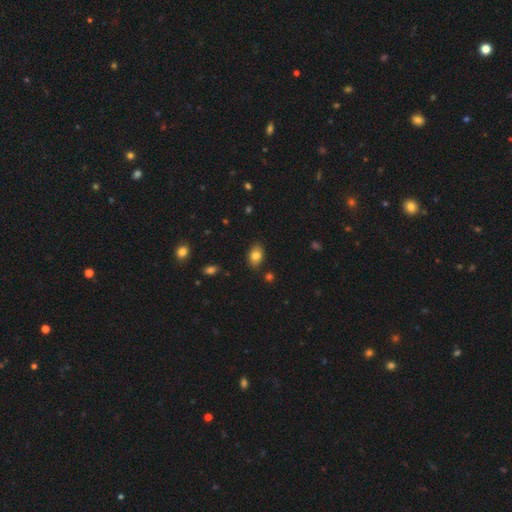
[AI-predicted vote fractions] smooth 83%, star or artifact 9%, featured or disk 9%. Down the decision tree: how rounded — in between (83%); merging — none (83%).